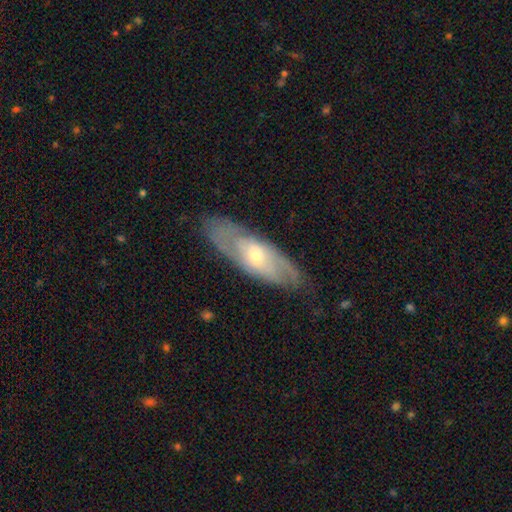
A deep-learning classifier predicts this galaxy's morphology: Smooth or featured: featured or disk — 72% (smooth — 22%)
Edge-on disk: no — 78% (yes — 22%)
Bar: no — 56% (weak — 34%)
Spiral arms: yes — 80% (no — 20%)
Bulge size: moderate — 49% (small — 46%)
Merging: none — 80% (minor disturbance — 15%)